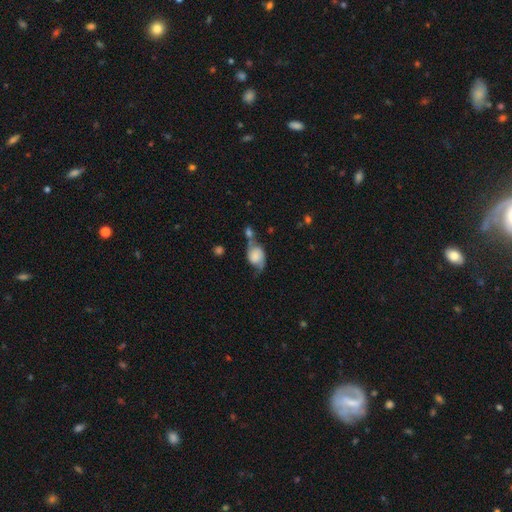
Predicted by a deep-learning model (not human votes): Overall: featured or disk (49%; smooth 42%). Merging: none (37%; minor disturbance 25%).